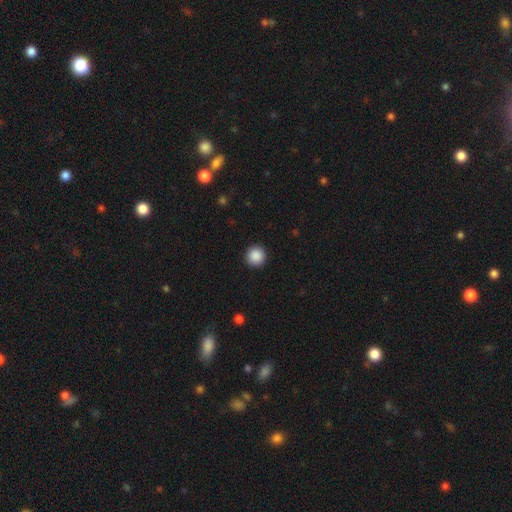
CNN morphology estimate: smooth-or-featured: smooth: 89% | star or artifact: 9% | featured or disk: 3%
  how-rounded: round: 96% | in between: 3% | cigar-shaped: 1%
  merging: none: 92% | minor disturbance: 5% | major disturbance: 2% | merger: 1%